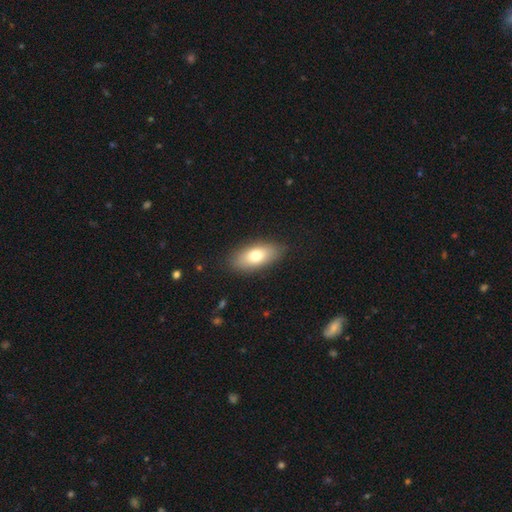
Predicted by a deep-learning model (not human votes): Smooth or featured? smooth (74%)
How rounded? in between (86%)
Merging? none (85%)